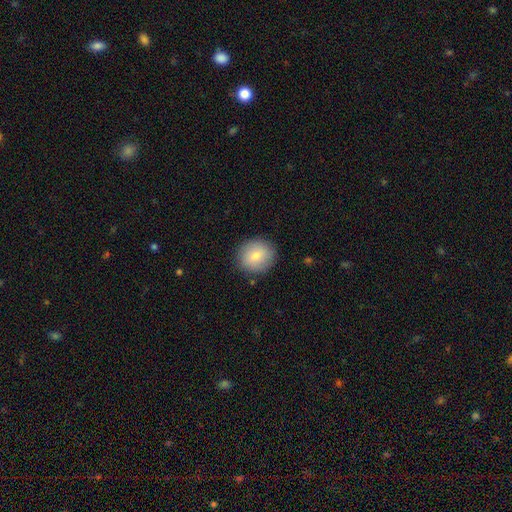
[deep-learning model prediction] This is likely a smooth galaxy (77%). How rounded: clearly round (87%). Merging: clearly none (89%).